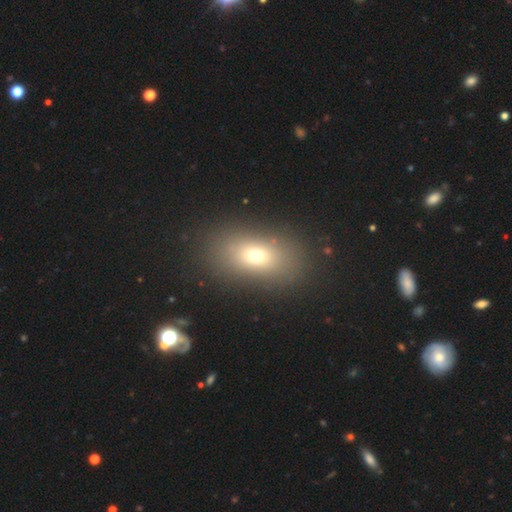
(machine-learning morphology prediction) A smooth galaxy with no disk features (67%) that is in between round and cigar-shaped (78%). Merging: none (84%).